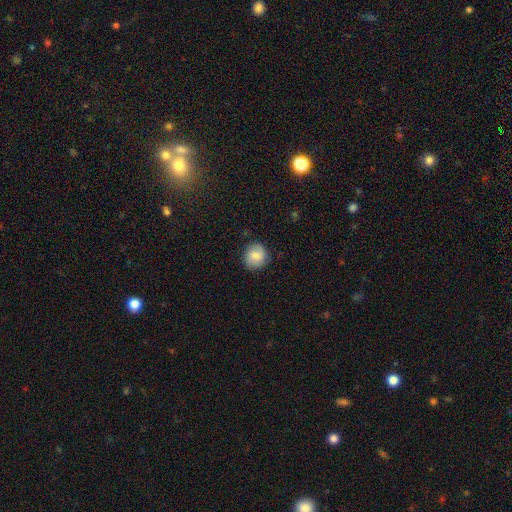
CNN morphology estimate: Overall: smooth (72%). How rounded: round (87%). Merging: none (82%).